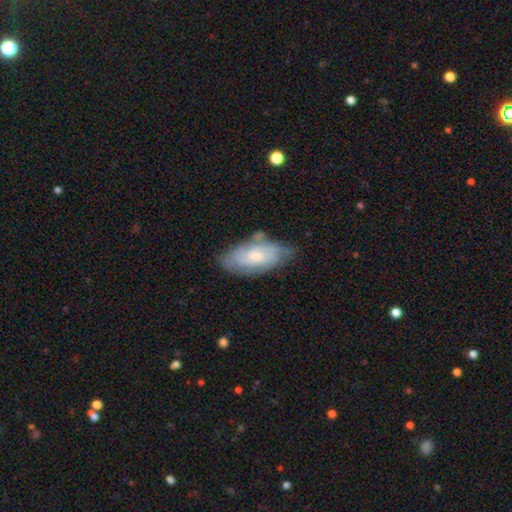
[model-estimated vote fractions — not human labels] Q: Smooth or featured?
A: featured or disk (48%); runner-up: smooth (45%)
Q: Merging?
A: none (58%); runner-up: minor disturbance (29%)